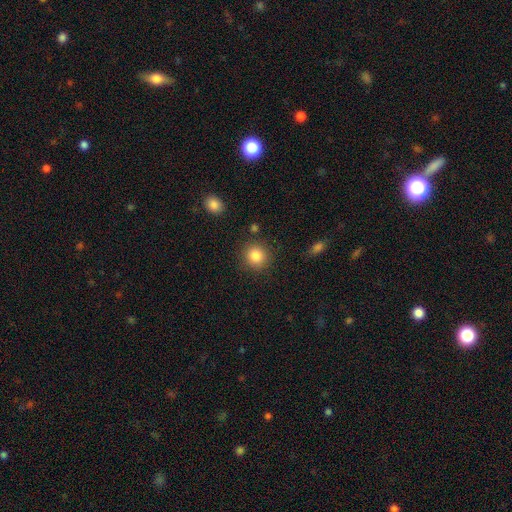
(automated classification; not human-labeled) This appears to be a smooth galaxy with no disk features (84%) that is round (91%). Merging: none (88%).